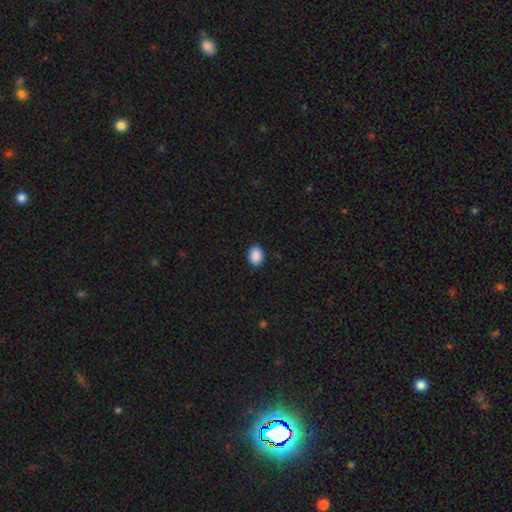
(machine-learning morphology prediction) type=smooth (90%); roundness=in between (78%); merging=none (89%).